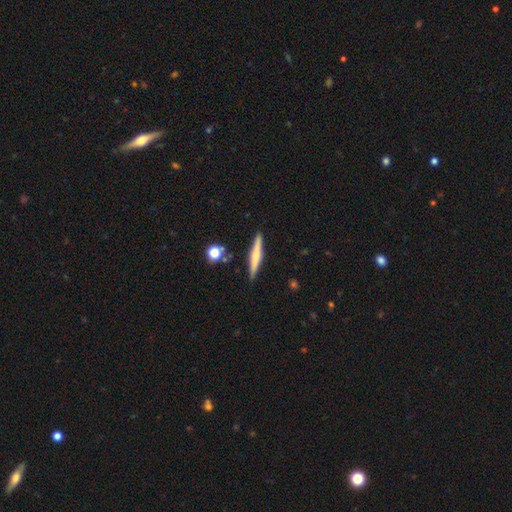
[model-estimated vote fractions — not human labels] Smooth or featured? Predicted: smooth (p=0.47). Merging? Predicted: none (p=0.89).